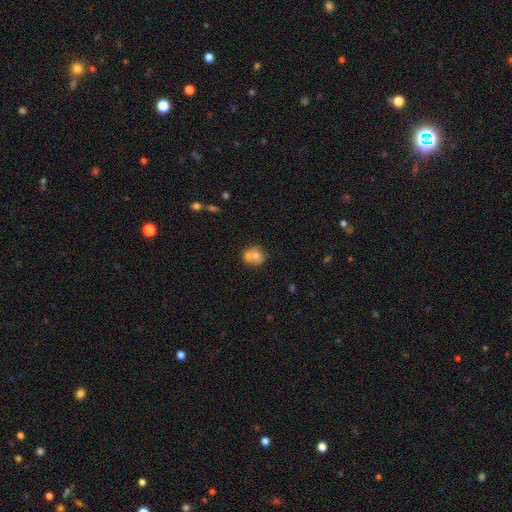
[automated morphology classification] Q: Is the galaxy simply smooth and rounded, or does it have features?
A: smooth — 67%.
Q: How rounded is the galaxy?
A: round — 70%.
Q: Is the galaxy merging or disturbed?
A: merger — 53%.